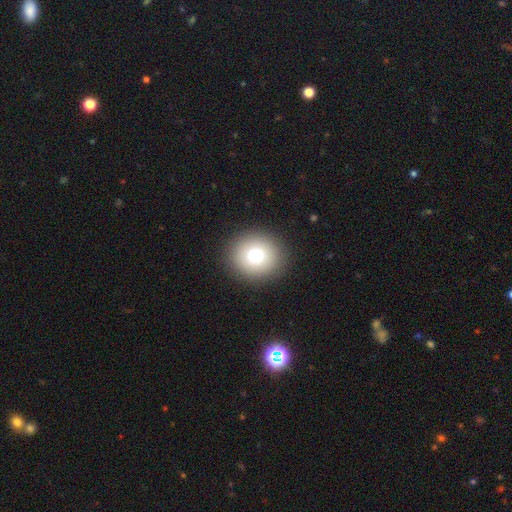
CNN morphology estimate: This is likely a smooth galaxy (78%). How rounded: clearly round (84%). Merging: clearly none (91%).